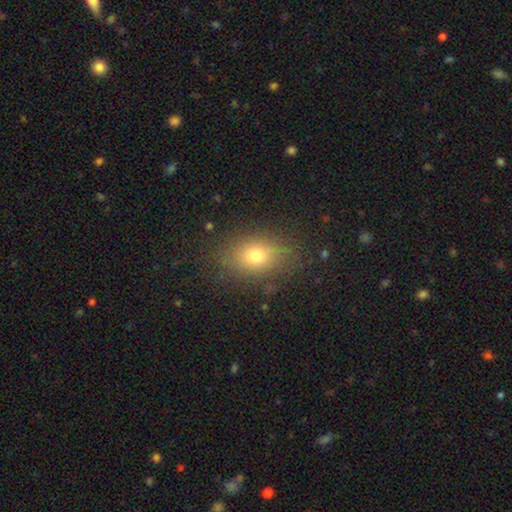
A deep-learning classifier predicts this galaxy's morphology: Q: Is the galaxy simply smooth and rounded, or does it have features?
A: smooth — 75%.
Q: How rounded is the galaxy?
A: in between — 73%.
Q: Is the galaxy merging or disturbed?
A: none — 82%.